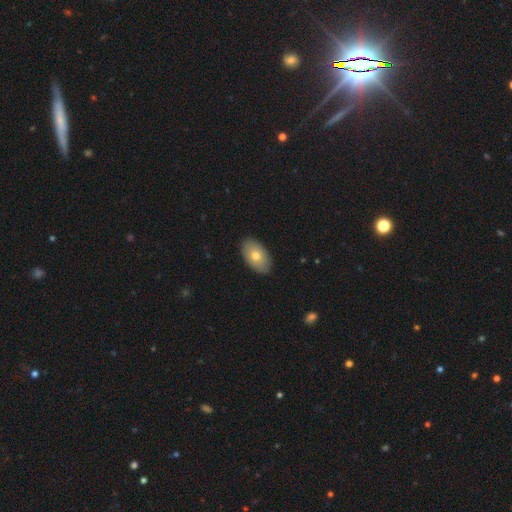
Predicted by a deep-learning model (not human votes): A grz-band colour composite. It shows a smooth galaxy with no disk features (74%) that is in between round and cigar-shaped (94%). Merging: none (89%).